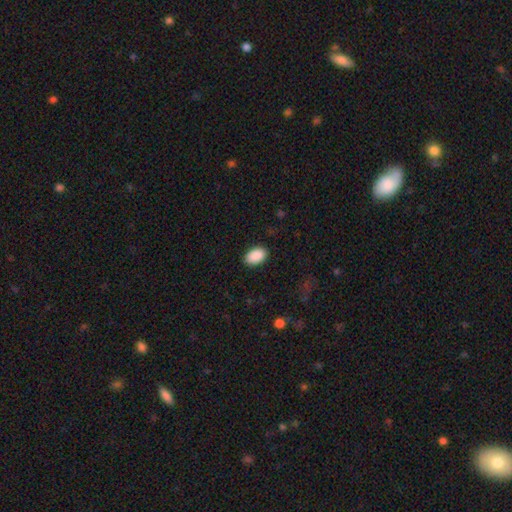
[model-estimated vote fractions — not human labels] Smooth or featured?
  - smooth: 91% *
  - star or artifact: 7%
  - featured or disk: 3%
How rounded?
  - in between: 93% *
  - round: 6%
  - cigar-shaped: 1%
Merging?
  - none: 87% *
  - minor disturbance: 9%
  - major disturbance: 2%
  - merger: 1%